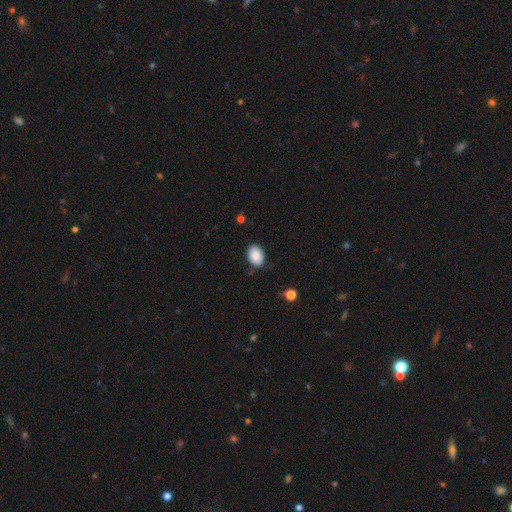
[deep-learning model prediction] This appears to be a smooth galaxy with no disk features (89%) that is in between round and cigar-shaped (80%). Merging: none (82%).